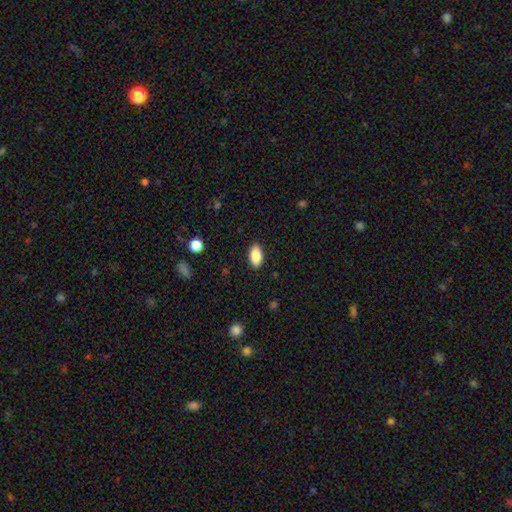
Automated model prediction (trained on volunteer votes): A smooth galaxy with no disk features (86%) that is in between round and cigar-shaped (92%). Merging: none (89%).